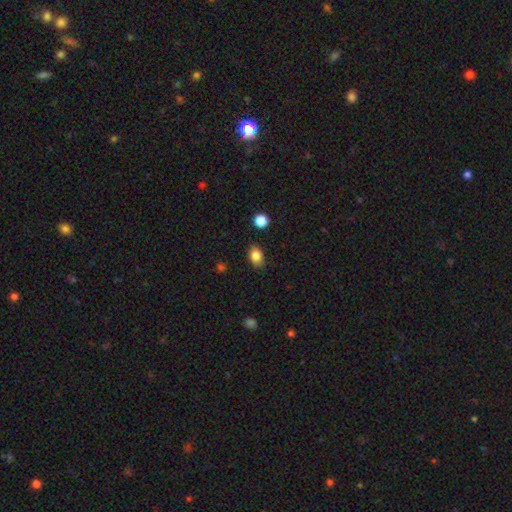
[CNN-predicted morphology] Smooth or featured?
  - smooth: 85% *
  - star or artifact: 9%
  - featured or disk: 5%
How rounded?
  - in between: 75% *
  - round: 24%
  - cigar-shaped: 1%
Merging?
  - none: 84% *
  - minor disturbance: 12%
  - major disturbance: 3%
  - merger: 2%